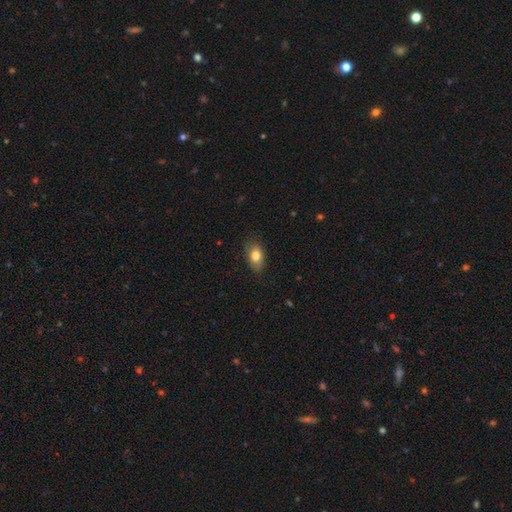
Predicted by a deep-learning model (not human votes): Smooth or featured? smooth (79%)
How rounded? in between (89%)
Merging? none (81%)